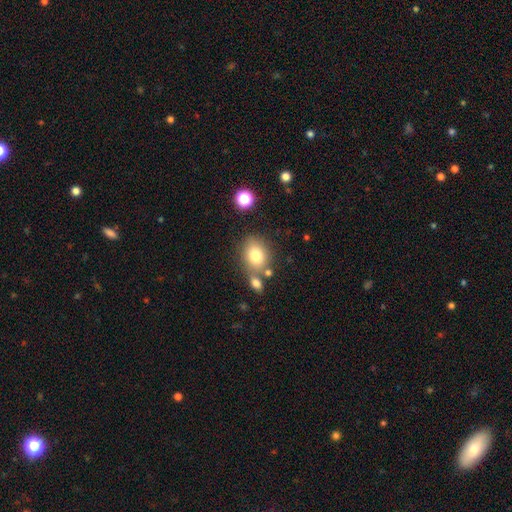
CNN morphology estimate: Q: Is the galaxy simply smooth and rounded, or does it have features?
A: smooth — 78%.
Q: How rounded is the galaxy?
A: in between — 57%.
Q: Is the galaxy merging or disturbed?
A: none — 65%.